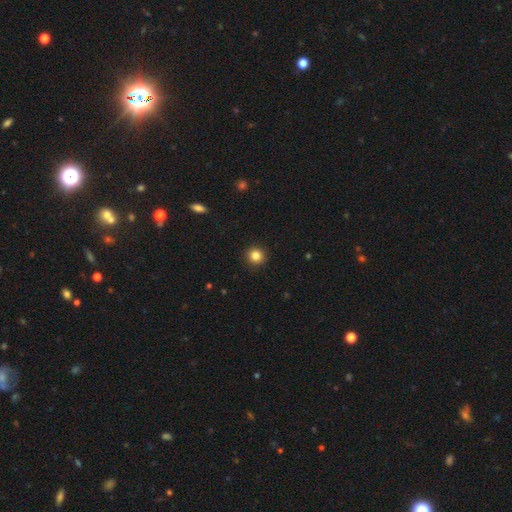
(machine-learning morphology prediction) Q: Smooth or featured?
A: smooth (84%); runner-up: star or artifact (11%)
Q: How rounded?
A: round (94%); runner-up: in between (5%)
Q: Merging?
A: none (92%); runner-up: minor disturbance (5%)